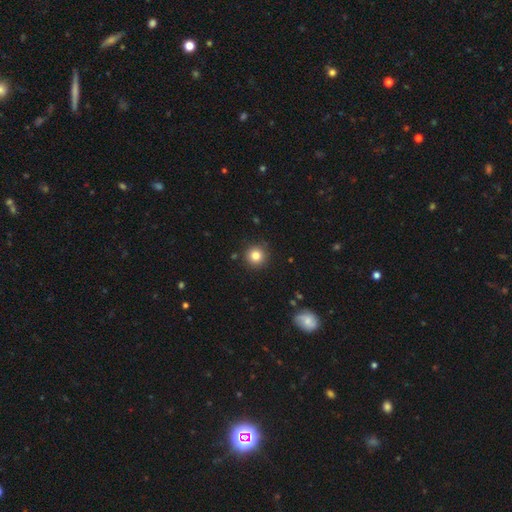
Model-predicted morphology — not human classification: smooth 82%, star or artifact 11%, featured or disk 6%. Down the decision tree: how rounded — round (95%); merging — none (91%).